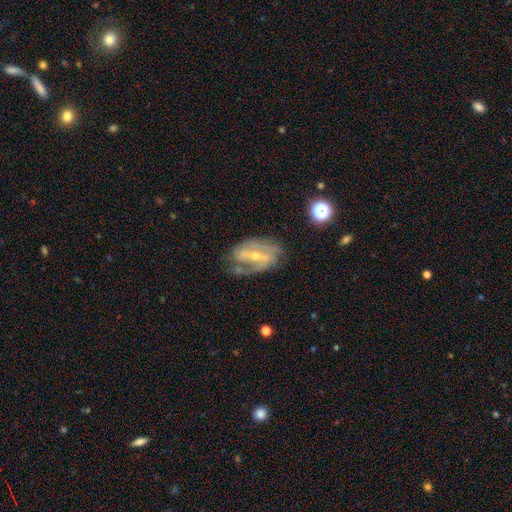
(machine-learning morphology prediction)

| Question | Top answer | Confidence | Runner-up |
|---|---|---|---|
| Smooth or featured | featured or disk | 84% | smooth (9%) |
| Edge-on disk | no | 95% | yes (5%) |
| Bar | strong | 53% | weak (33%) |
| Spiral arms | yes | 90% | no (10%) |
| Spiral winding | medium | 46% | tight (32%) |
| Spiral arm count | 2 | 69% | can't tell (14%) |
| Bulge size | small | 62% | moderate (34%) |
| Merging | none | 61% | minor disturbance (23%) |